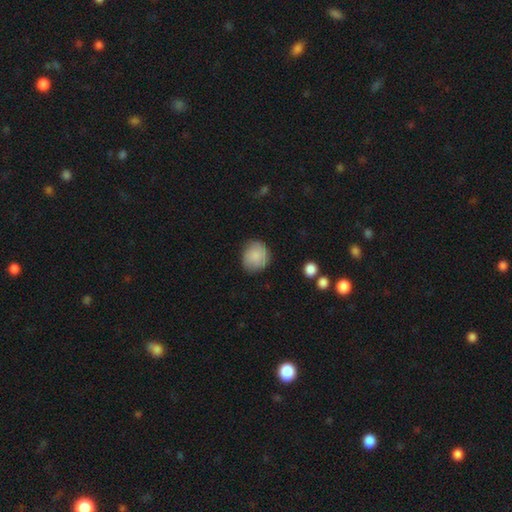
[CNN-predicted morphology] Q: Smooth or featured?
A: smooth (83%); runner-up: featured or disk (11%)
Q: How rounded?
A: round (78%); runner-up: in between (21%)
Q: Merging?
A: none (77%); runner-up: minor disturbance (18%)